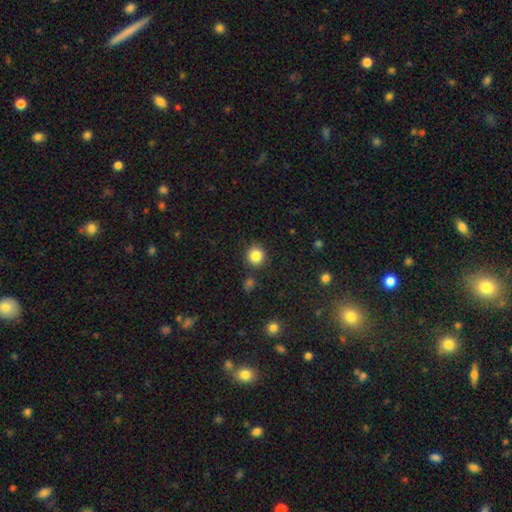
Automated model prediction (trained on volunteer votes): This appears to be a smooth galaxy with no disk features (84%) that is round (89%). Merging: none (86%).